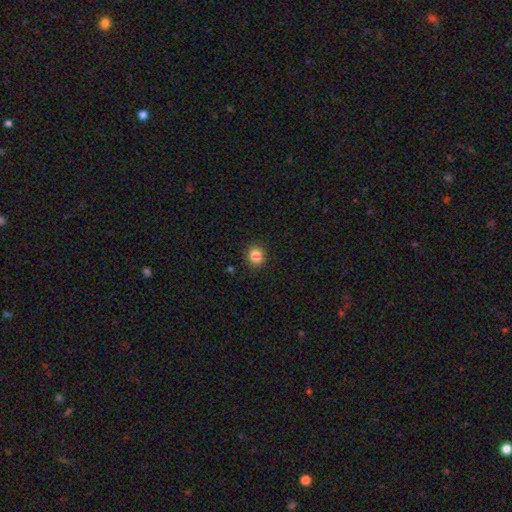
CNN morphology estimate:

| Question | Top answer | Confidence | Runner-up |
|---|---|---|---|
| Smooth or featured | smooth | 86% | star or artifact (10%) |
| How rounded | round | 80% | in between (19%) |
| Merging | none | 90% | minor disturbance (7%) |